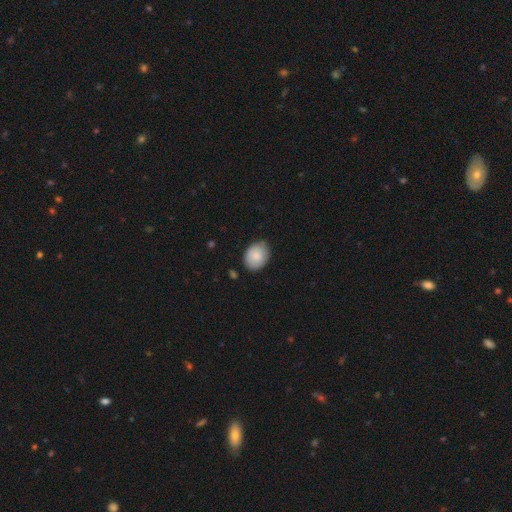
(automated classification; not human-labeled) This appears to be a smooth galaxy with no disk features (86%) that is in between round and cigar-shaped (67%). Merging: none (77%).